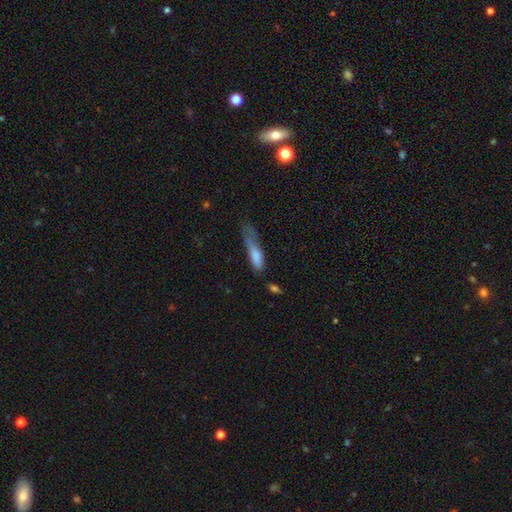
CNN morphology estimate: type=smooth (76%); roundness=cigar-shaped (60%); merging=major disturbance (38%).